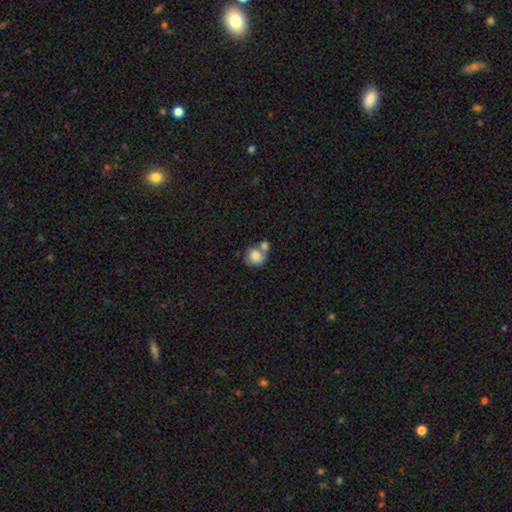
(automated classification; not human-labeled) This is likely a smooth galaxy (79%). How rounded: likely round (79%). Merging: possibly merger (50%).